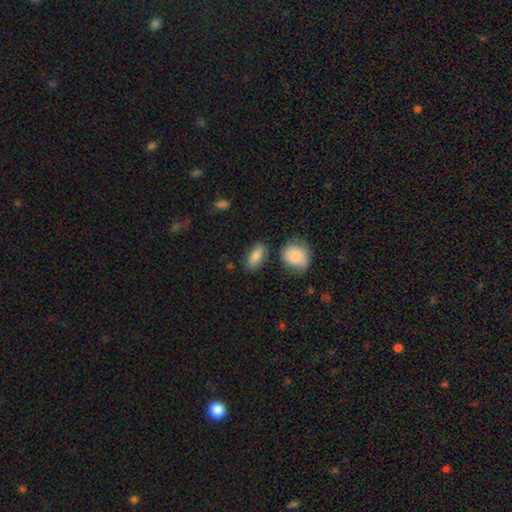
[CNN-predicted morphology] Overall: smooth (82%). How rounded: in between (86%). Merging: none (76%).